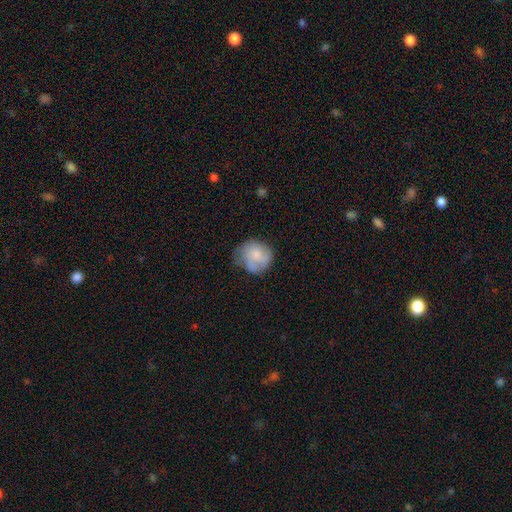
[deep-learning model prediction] Morphology: type=smooth (64%); roundness=round (81%); merging=none (50%).